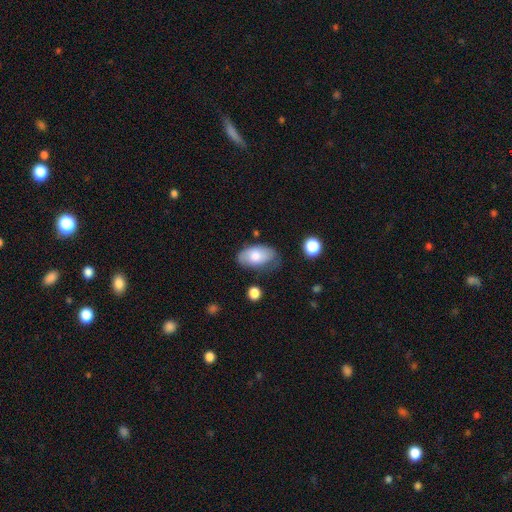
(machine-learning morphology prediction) smooth 76%, featured or disk 18%, star or artifact 7%. Down the decision tree: how rounded — in between (94%); merging — none (63%).